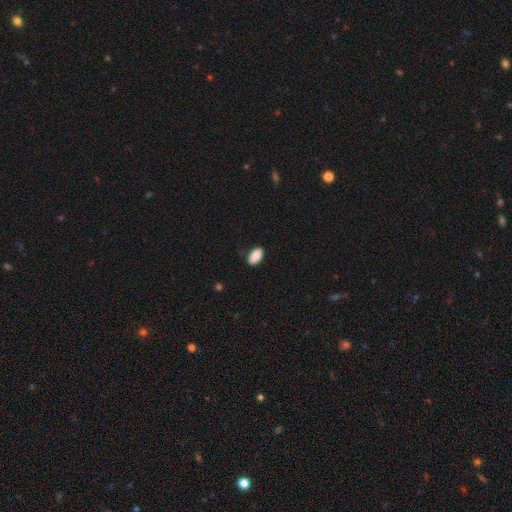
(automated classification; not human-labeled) Morphology: type=smooth (88%); roundness=in between (94%); merging=none (81%).